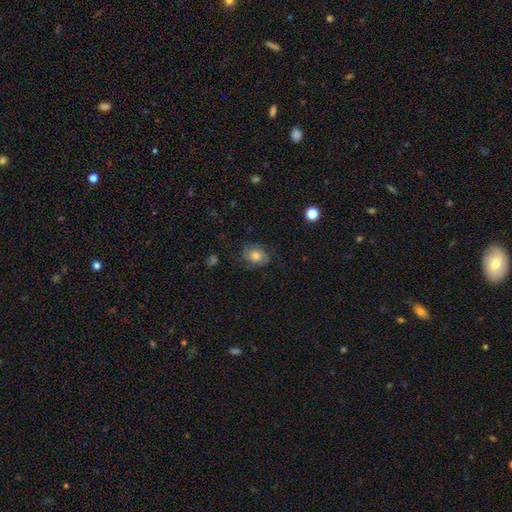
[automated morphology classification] This appears to be a smooth galaxy with no disk features (65%) that is in between round and cigar-shaped (50%). Merging: none (75%).